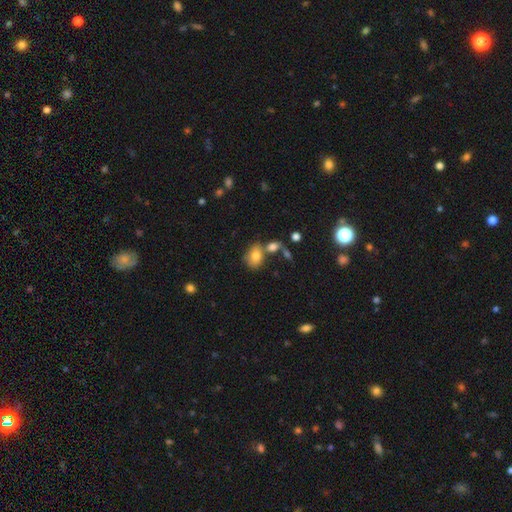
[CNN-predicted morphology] A smooth galaxy with no disk features (77%) that is in between round and cigar-shaped (66%).

Vote fractions:
- Smooth or featured? smooth: 77% / featured or disk: 14% / star or artifact: 10%
- How rounded? in between: 66% / round: 32% / cigar-shaped: 1%
- Merging? none: 42% / merger: 33% / minor disturbance: 16% / major disturbance: 8%